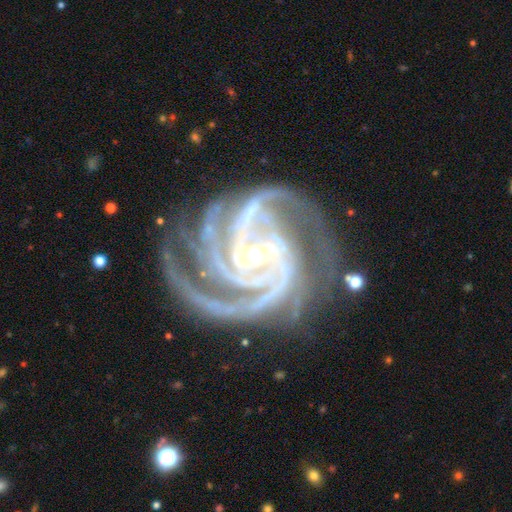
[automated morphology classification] Smooth or featured: featured or disk — 93% (star or artifact — 5%)
Edge-on disk: no — 98% (yes — 2%)
Bar: no — 44% (weak — 30%)
Spiral arms: yes — 99% (no — 1%)
Spiral winding: tight — 67% (medium — 30%)
Spiral arm count: 3 — 36% (4 — 33%)
Bulge size: small — 59% (moderate — 37%)
Merging: none — 73% (minor disturbance — 17%)